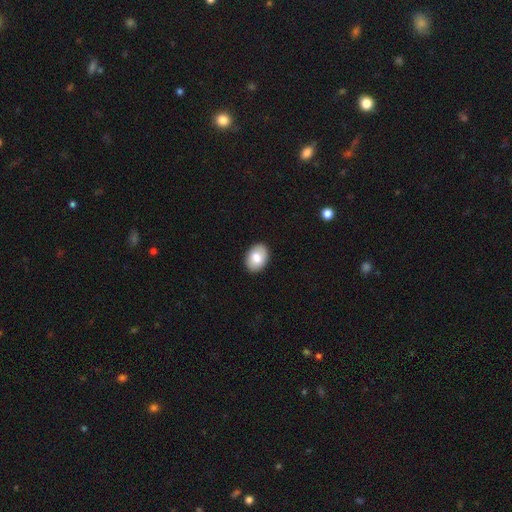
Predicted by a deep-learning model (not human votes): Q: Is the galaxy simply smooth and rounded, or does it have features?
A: smooth — 82%.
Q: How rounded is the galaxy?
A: in between — 83%.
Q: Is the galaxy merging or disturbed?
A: none — 89%.